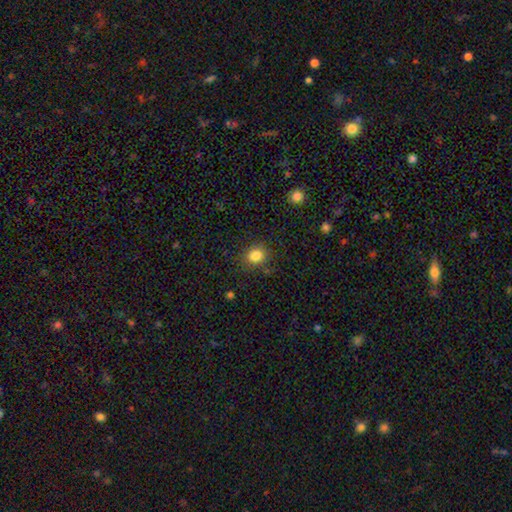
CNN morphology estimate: Smooth or featured? smooth (83%)
How rounded? round (68%)
Merging? none (83%)